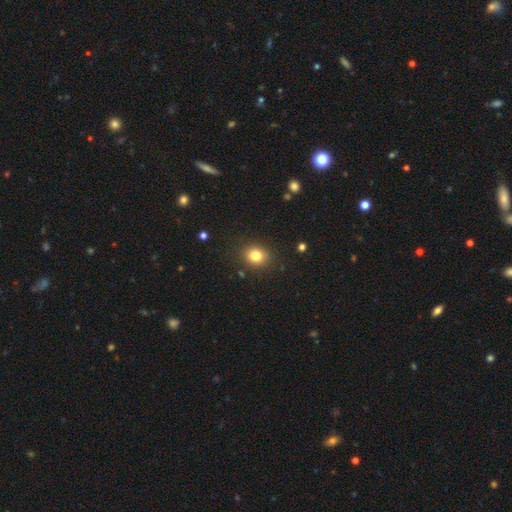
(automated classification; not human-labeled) Overall: smooth (82%). How rounded: round (71%). Merging: none (88%).